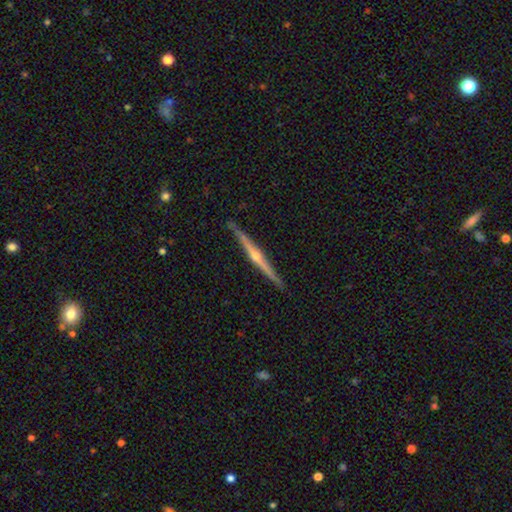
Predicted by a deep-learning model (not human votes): Smooth or featured: featured or disk — 83% (smooth — 12%)
Edge-on disk: yes — 98% (no — 2%)
Edge-on bulge: rounded — 88% (none — 8%)
Merging: none — 90% (minor disturbance — 7%)